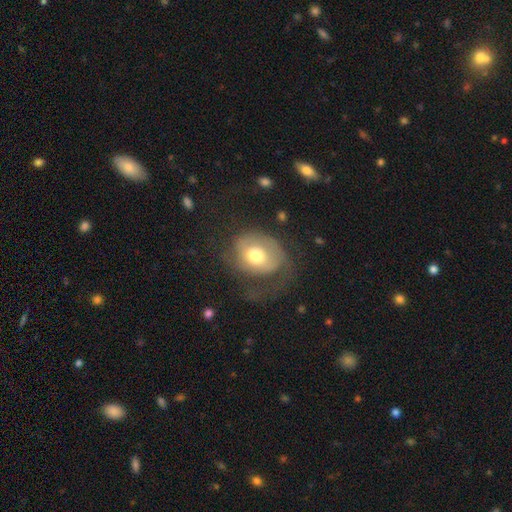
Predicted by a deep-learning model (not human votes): Morphology: type=smooth (53%); roundness=round (55%); merging=major disturbance (41%).